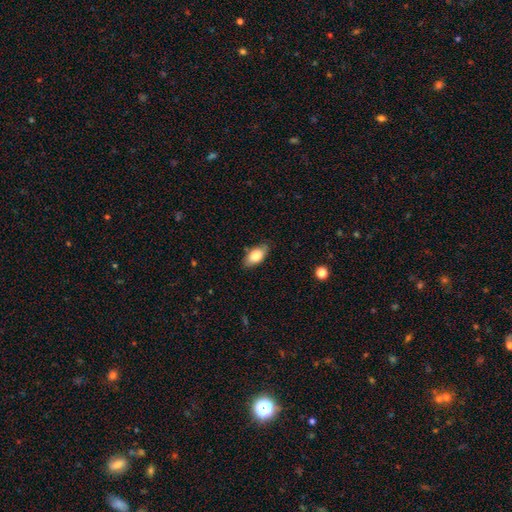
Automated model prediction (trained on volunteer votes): smooth_or_featured: smooth (p=0.79) [alt: featured or disk p=0.14]
how_rounded: in between (p=0.90) [alt: cigar-shaped p=0.05]
merging: none (p=0.83) [alt: minor disturbance p=0.13]